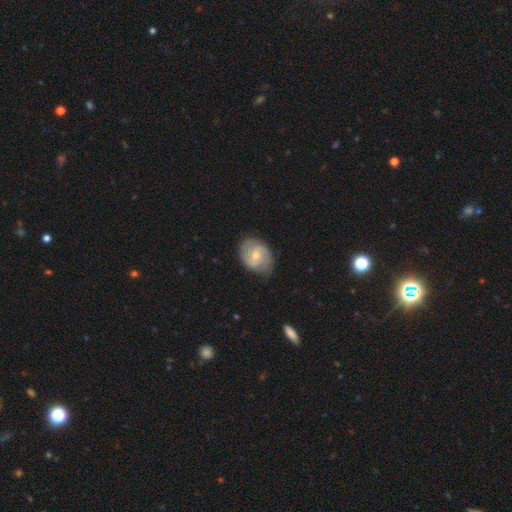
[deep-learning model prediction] Smooth or featured: featured or disk — 67% (smooth — 27%)
Edge-on disk: no — 97% (yes — 3%)
Bar: weak — 46% (no — 45%)
Spiral arms: yes — 88% (no — 12%)
Spiral winding: medium — 46% (tight — 36%)
Spiral arm count: 2 — 77% (can't tell — 14%)
Bulge size: small — 49% (moderate — 48%)
Merging: none — 73% (minor disturbance — 21%)